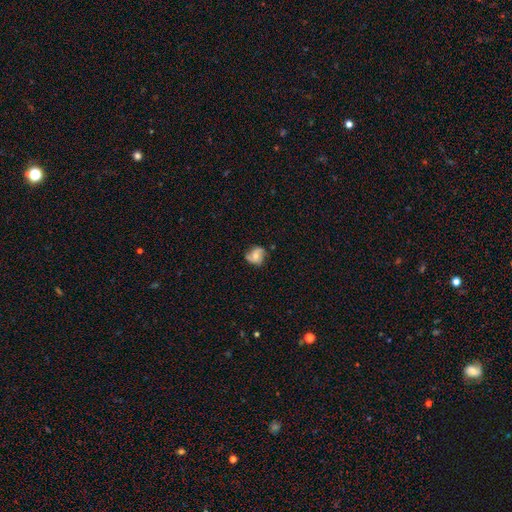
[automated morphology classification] Smooth or featured? featured or disk (59%)
Edge-on disk? no (97%)
Bar? no (62%)
Spiral arms? yes (89%)
Spiral winding? medium (44%)
Spiral arm count? 2 (73%)
Bulge size? moderate (57%)
Merging? none (69%)